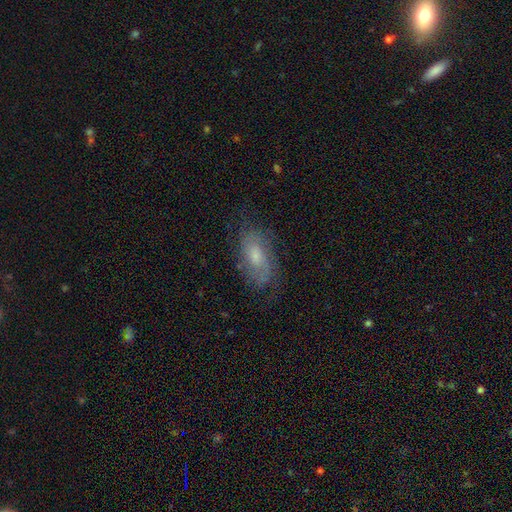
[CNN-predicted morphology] Overall: featured or disk (55%; smooth 36%). Edge-on disk: no (92%). Bar: no (65%; weak 30%). Spiral arms: yes (80%). Bulge size: moderate (52%; small 33%). Merging: none (68%).